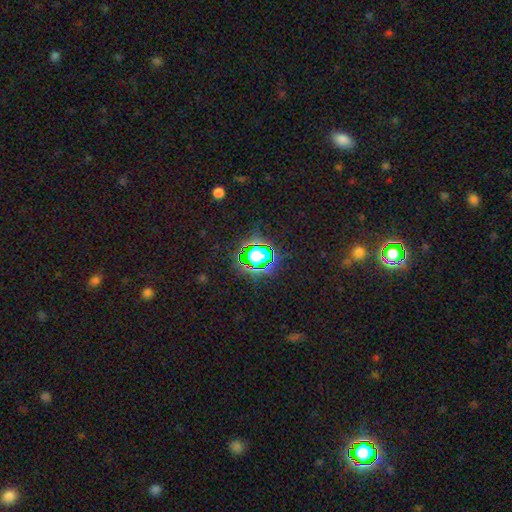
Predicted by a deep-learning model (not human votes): A star or artifact, not a galaxy (72%).